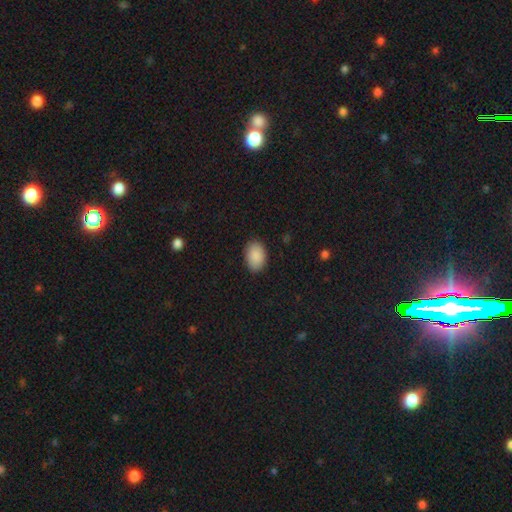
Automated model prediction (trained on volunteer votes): A smooth galaxy with no disk features (90%) that is in between round and cigar-shaped (87%).

Vote fractions:
- Smooth or featured? smooth: 90% / star or artifact: 7% / featured or disk: 4%
- How rounded? in between: 87% / round: 12% / cigar-shaped: 1%
- Merging? none: 87% / minor disturbance: 10% / major disturbance: 2% / merger: 1%